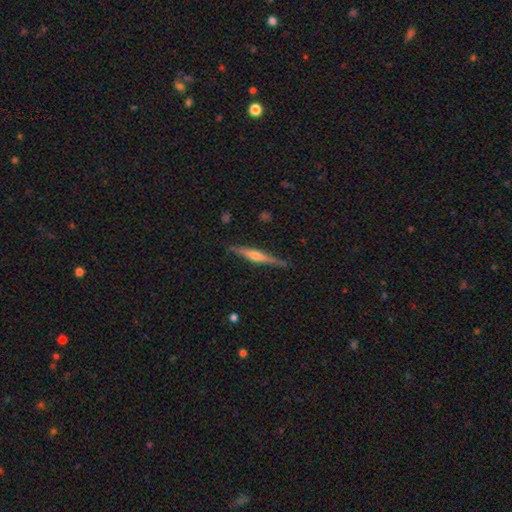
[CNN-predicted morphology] This is likely a featured or disk galaxy (75%). It is clearly viewed edge-on (98%). Edge-on bulge: likely rounded (80%). Merging: clearly none (88%).